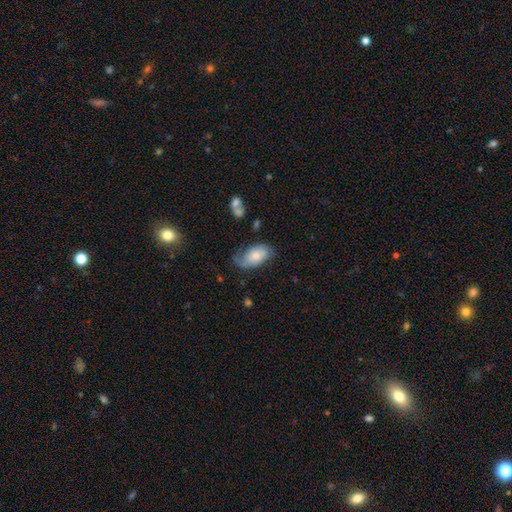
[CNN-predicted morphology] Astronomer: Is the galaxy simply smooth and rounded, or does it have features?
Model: smooth — 62%.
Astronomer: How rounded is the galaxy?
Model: in between — 94%.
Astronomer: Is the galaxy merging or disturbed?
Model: none — 49% (runner-up: minor disturbance, 33%).